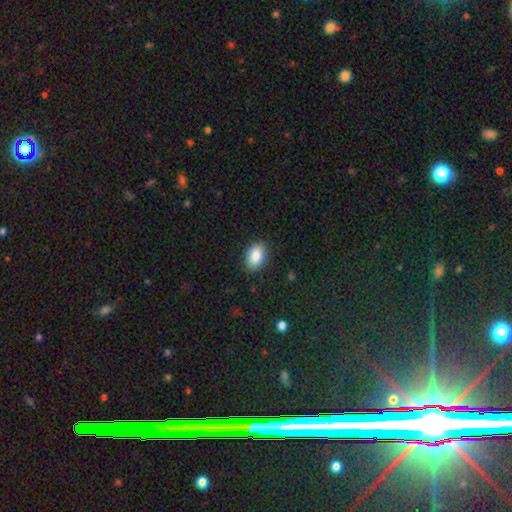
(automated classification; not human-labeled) This is clearly a smooth galaxy (87%). How rounded: clearly in between (86%). Merging: clearly none (88%).